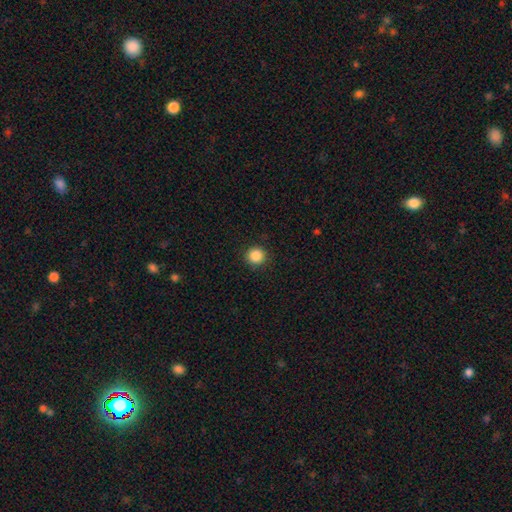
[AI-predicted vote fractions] Smooth or featured: smooth — 87% (star or artifact — 10%)
How rounded: round — 94% (in between — 5%)
Merging: none — 92% (minor disturbance — 5%)